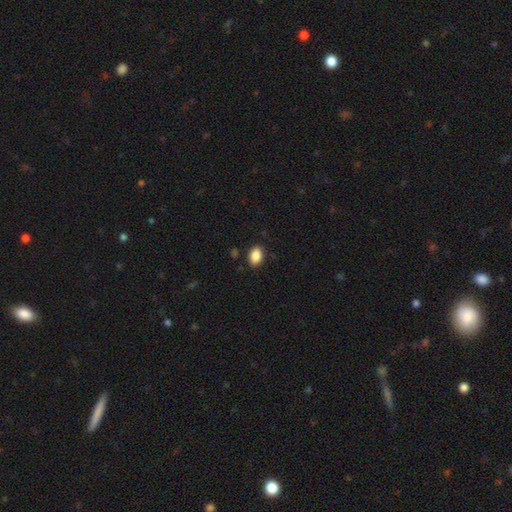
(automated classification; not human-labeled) A smooth galaxy with no disk features (88%) that is in between round and cigar-shaped (82%).

Vote fractions:
- Smooth or featured? smooth: 88% / star or artifact: 8% / featured or disk: 4%
- How rounded? in between: 82% / round: 17% / cigar-shaped: 1%
- Merging? none: 88% / minor disturbance: 9% / major disturbance: 2% / merger: 1%